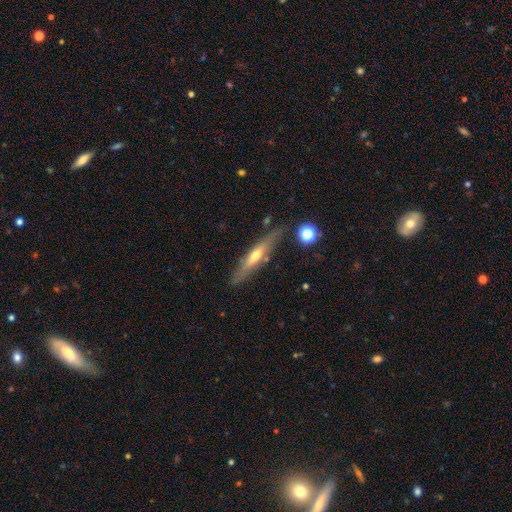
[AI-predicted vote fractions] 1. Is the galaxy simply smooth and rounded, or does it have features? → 58% featured or disk, 35% smooth, 7% star or artifact.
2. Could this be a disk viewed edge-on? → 86% yes, 14% no.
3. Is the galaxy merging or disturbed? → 81% none, 13% minor disturbance, 4% merger, 3% major disturbance.